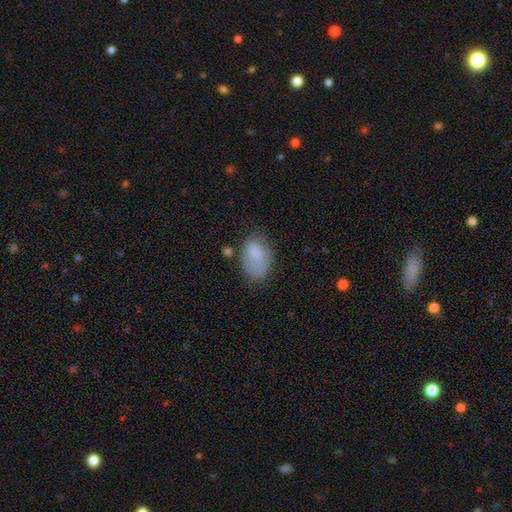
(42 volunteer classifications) smooth-or-featured: smooth: 74% | featured or disk: 19% | star or artifact: 7%
  how-rounded: in between: 87% | round: 13% | cigar-shaped: 0%
  merging: none: 54% | minor disturbance: 26% | major disturbance: 13% | merger: 8%